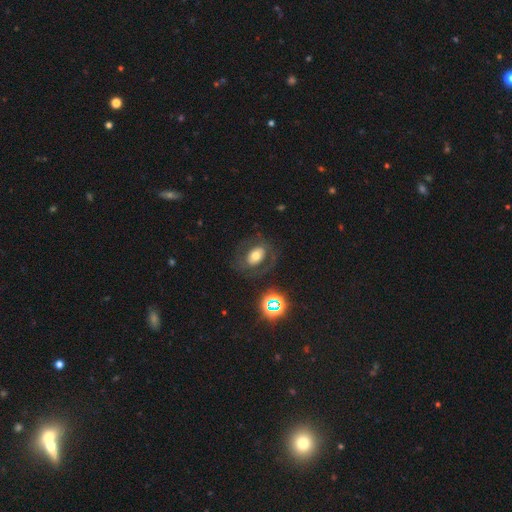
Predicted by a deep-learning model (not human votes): Smooth or featured? smooth (45%)
Merging? none (72%)